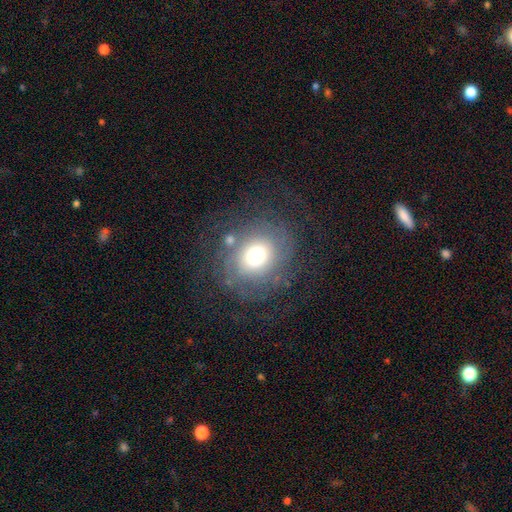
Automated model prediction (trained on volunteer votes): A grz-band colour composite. It shows a featured or disk galaxy (56%) with no bar (82%), spiral arms (77%) and a moderate central bulge (50%). Merging: none (66%).